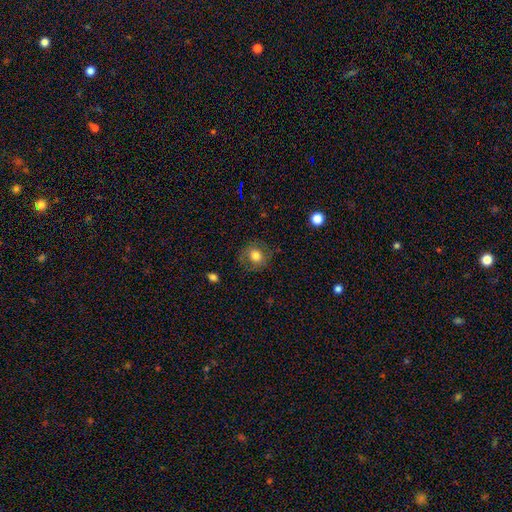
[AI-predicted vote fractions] smooth_or_featured: smooth (p=0.67) [alt: featured or disk p=0.22]
how_rounded: round (p=0.82) [alt: in between p=0.17]
merging: none (p=0.76) [alt: minor disturbance p=0.16]